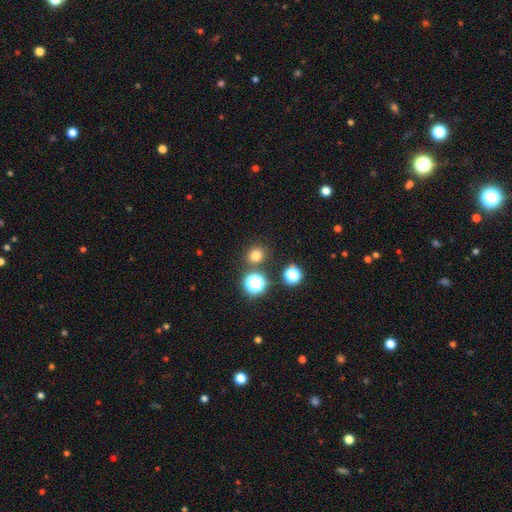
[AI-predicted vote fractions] Smooth or featured?
  - smooth: 74% *
  - star or artifact: 20%
  - featured or disk: 5%
How rounded?
  - round: 86% *
  - in between: 13%
  - cigar-shaped: 1%
Merging?
  - none: 84% *
  - minor disturbance: 7%
  - merger: 6%
  - major disturbance: 3%